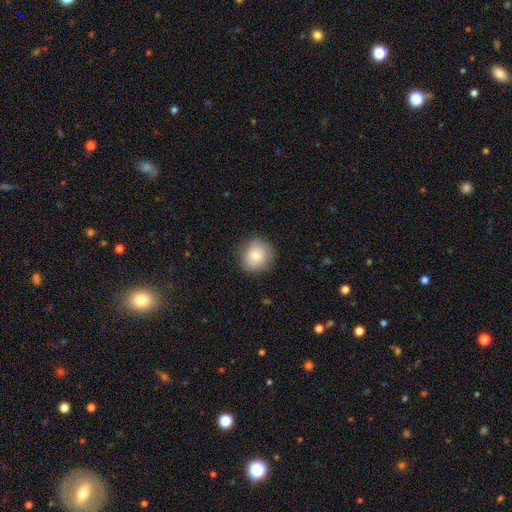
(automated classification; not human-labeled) Q: Smooth or featured?
A: smooth (81%); runner-up: featured or disk (11%)
Q: How rounded?
A: round (87%); runner-up: in between (12%)
Q: Merging?
A: none (85%); runner-up: minor disturbance (11%)